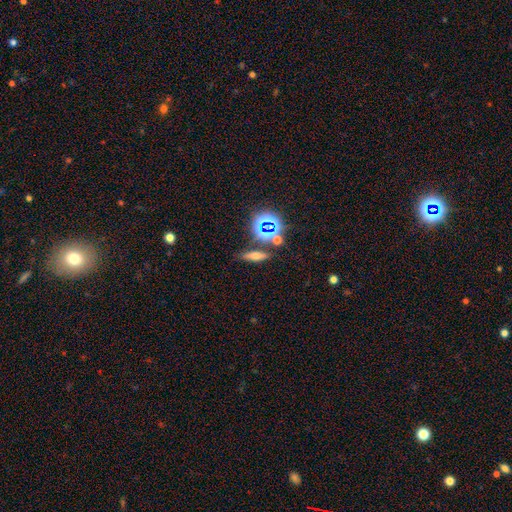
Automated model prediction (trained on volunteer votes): smooth 53%, star or artifact 25%, featured or disk 22%. Down the decision tree: how rounded — cigar-shaped (58%); merging — none (79%).